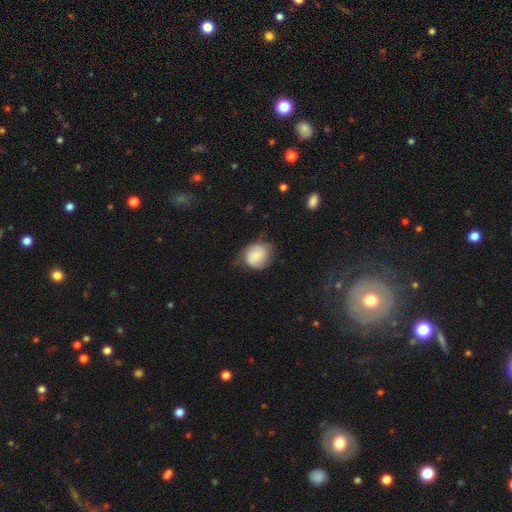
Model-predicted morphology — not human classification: A smooth galaxy with no disk features (78%) that is round (66%). Merging: none (53%).